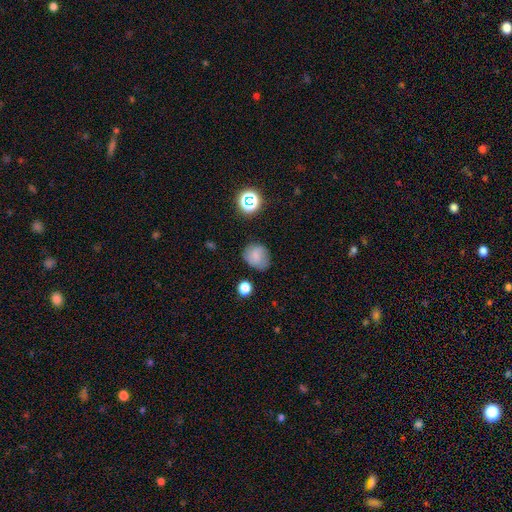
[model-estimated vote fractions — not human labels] The model was most divided on "how rounded": round: 66%, in between: 33%, cigar-shaped: 1%. More confident: smooth or featured — smooth (74%); merging — none (71%).